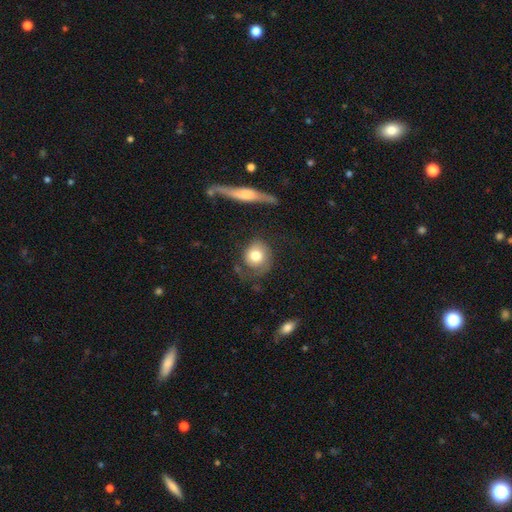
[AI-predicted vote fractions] Smooth or featured?
  - smooth: 73% *
  - featured or disk: 20%
  - star or artifact: 7%
How rounded?
  - round: 79% *
  - in between: 20%
  - cigar-shaped: 1%
Merging?
  - none: 57% *
  - minor disturbance: 22%
  - major disturbance: 15%
  - merger: 5%